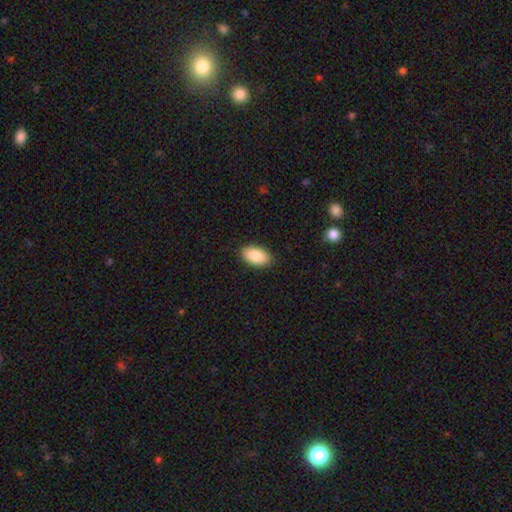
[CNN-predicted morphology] type=smooth (88%); roundness=in between (94%); merging=none (88%).